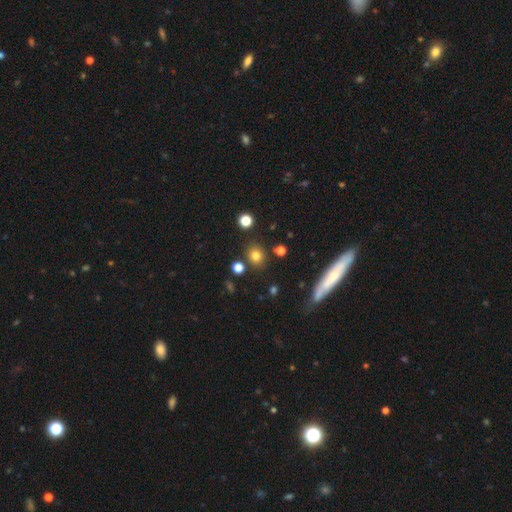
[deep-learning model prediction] Smooth or featured?
  - smooth: 78% *
  - star or artifact: 15%
  - featured or disk: 8%
How rounded?
  - round: 74% *
  - in between: 25%
  - cigar-shaped: 1%
Merging?
  - none: 83% *
  - minor disturbance: 9%
  - merger: 5%
  - major disturbance: 3%